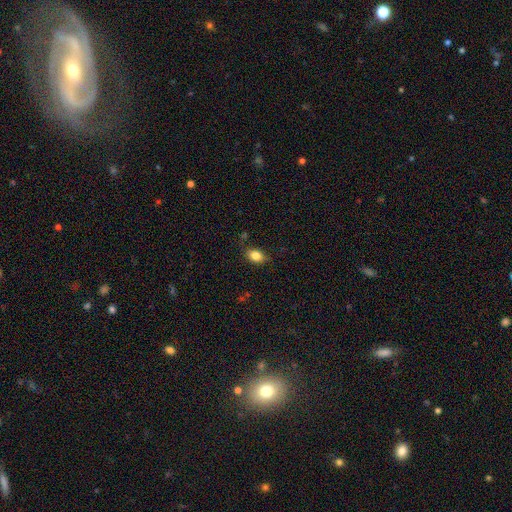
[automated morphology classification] type=smooth (83%); roundness=in between (74%); merging=none (80%).